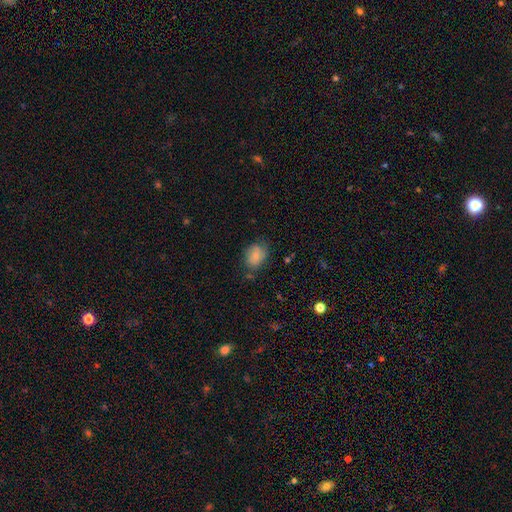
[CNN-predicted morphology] smooth-or-featured: smooth: 77% | featured or disk: 14% | star or artifact: 8%
  how-rounded: in between: 60% | round: 39% | cigar-shaped: 1%
  merging: none: 66% | minor disturbance: 24% | major disturbance: 6% | merger: 3%